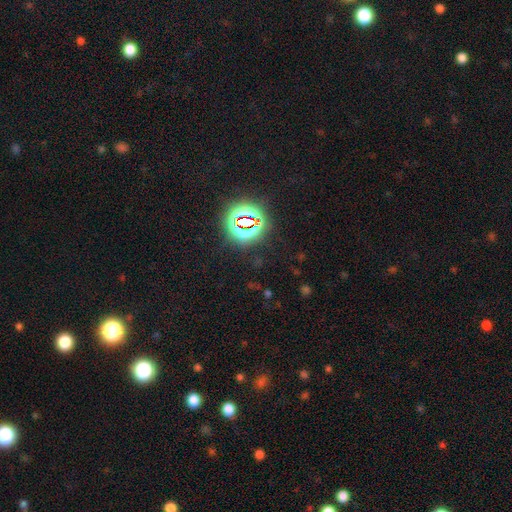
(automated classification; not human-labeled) Q: Smooth or featured?
A: star or artifact (80%); runner-up: smooth (13%)